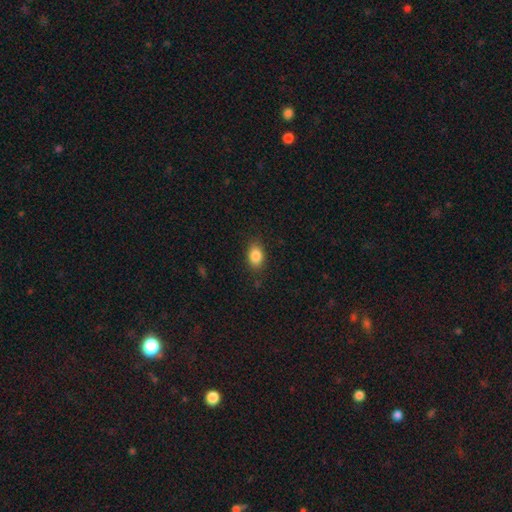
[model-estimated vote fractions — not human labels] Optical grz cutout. It shows a smooth galaxy with no disk features (86%) that is in between round and cigar-shaped (83%). Merging: none (85%).